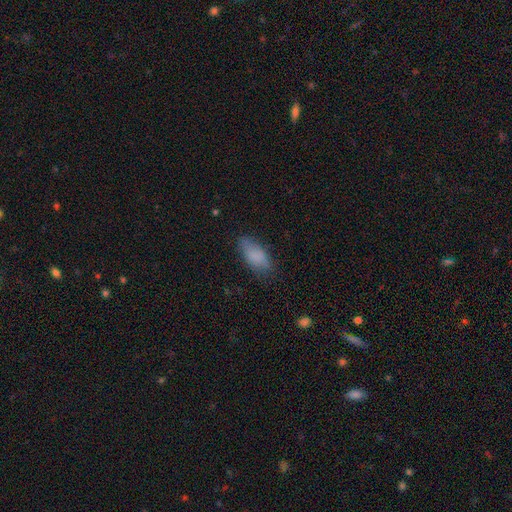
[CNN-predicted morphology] Smooth or featured?
  - smooth: 82% *
  - featured or disk: 11%
  - star or artifact: 8%
How rounded?
  - in between: 85% *
  - cigar-shaped: 12%
  - round: 3%
Merging?
  - none: 71% *
  - minor disturbance: 22%
  - major disturbance: 6%
  - merger: 1%